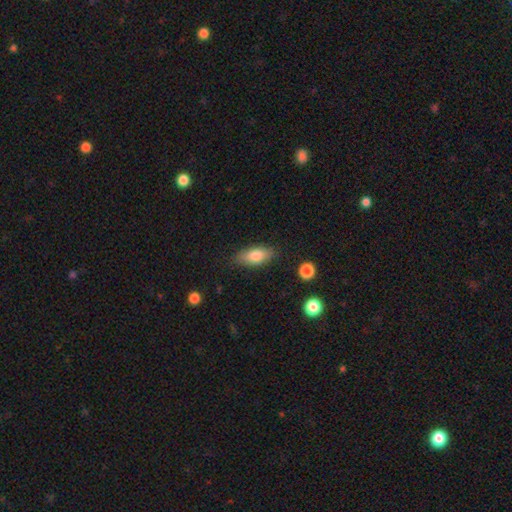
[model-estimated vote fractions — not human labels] smooth 78%, featured or disk 15%, star or artifact 7%. Down the decision tree: how rounded — in between (83%); merging — none (82%).